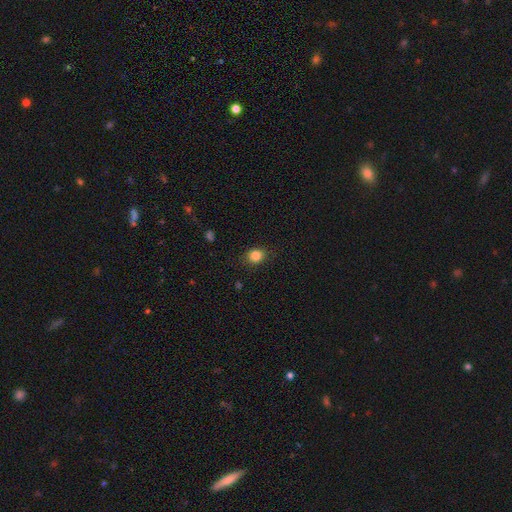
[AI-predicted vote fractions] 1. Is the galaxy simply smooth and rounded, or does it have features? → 84% smooth, 11% star or artifact, 5% featured or disk.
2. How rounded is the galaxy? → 63% round, 36% in between, 1% cigar-shaped.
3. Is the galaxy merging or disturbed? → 85% none, 11% minor disturbance, 3% major disturbance, 1% merger.